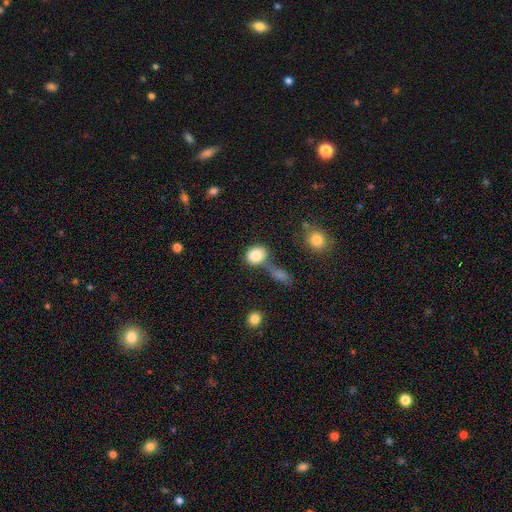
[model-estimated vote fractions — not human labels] Q: Smooth or featured?
A: smooth (83%); runner-up: star or artifact (9%)
Q: How rounded?
A: in between (49%); tied with: round (49%)
Q: Merging?
A: none (50%); runner-up: merger (27%)